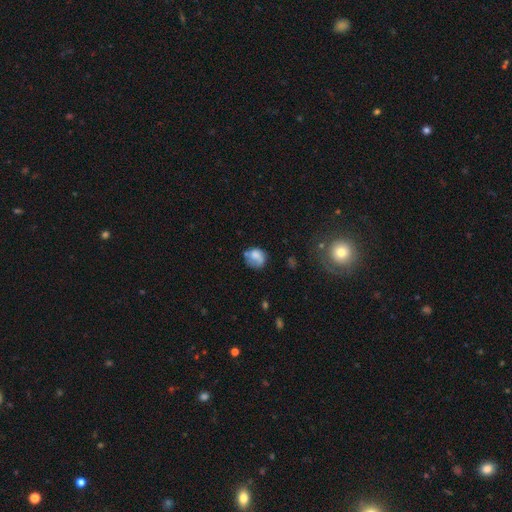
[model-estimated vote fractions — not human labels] The model was most divided on "merging": none: 43%, minor disturbance: 29%, major disturbance: 20%, merger: 8%. More confident: smooth or featured — smooth (66%); how rounded — round (65%).